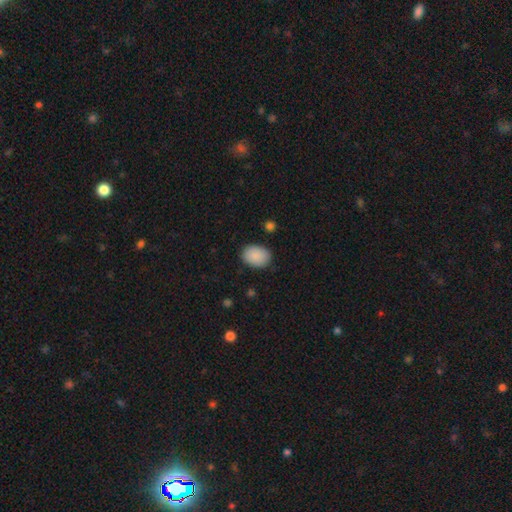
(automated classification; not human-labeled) smooth-or-featured: smooth: 89% | star or artifact: 7% | featured or disk: 4%
  how-rounded: in between: 75% | round: 24% | cigar-shaped: 1%
  merging: none: 86% | minor disturbance: 10% | major disturbance: 3% | merger: 1%